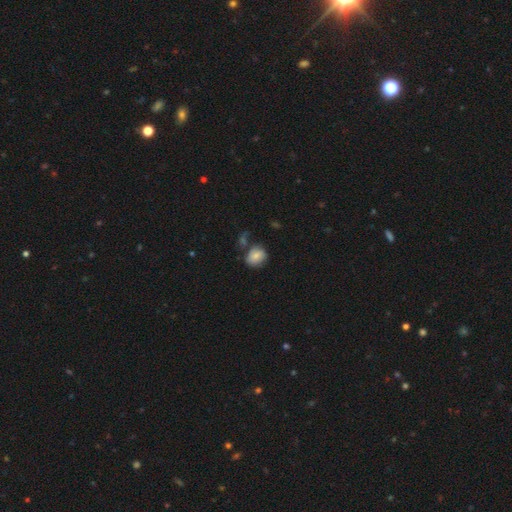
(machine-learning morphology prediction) Smooth or featured? smooth (76%)
How rounded? round (55%)
Merging? none (61%)